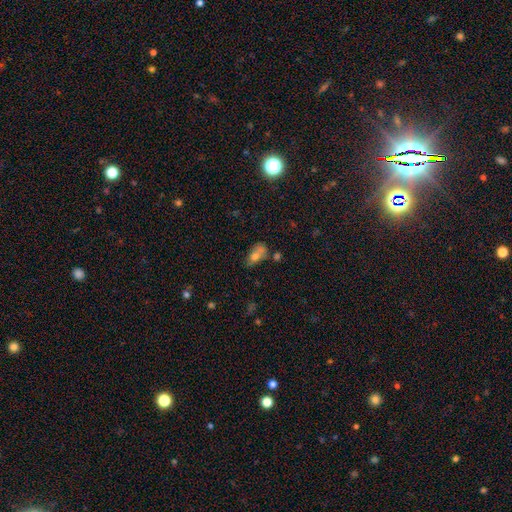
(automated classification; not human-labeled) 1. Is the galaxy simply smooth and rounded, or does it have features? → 65% smooth, 22% featured or disk, 12% star or artifact.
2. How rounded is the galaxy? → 80% in between, 15% round, 5% cigar-shaped.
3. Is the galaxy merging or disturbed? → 35% none, 29% merger, 23% minor disturbance, 13% major disturbance.